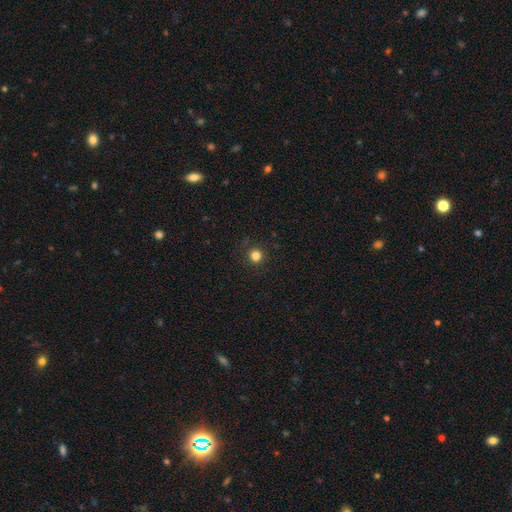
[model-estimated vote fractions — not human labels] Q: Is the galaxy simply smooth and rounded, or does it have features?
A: smooth — 83%.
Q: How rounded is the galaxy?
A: round — 94%.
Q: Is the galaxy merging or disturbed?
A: none — 90%.